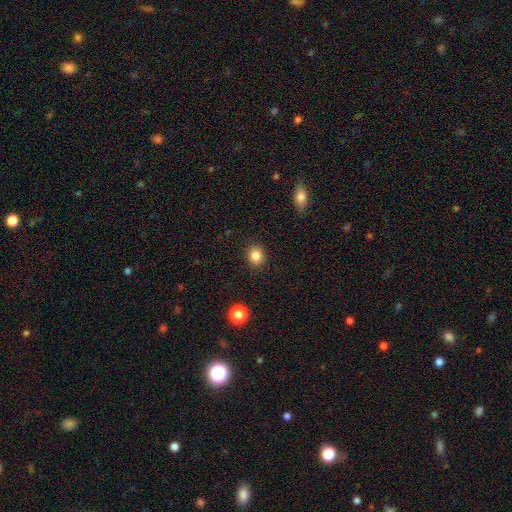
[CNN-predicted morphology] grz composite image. It shows a smooth galaxy with no disk features (85%) that is round (68%). Merging: none (89%).